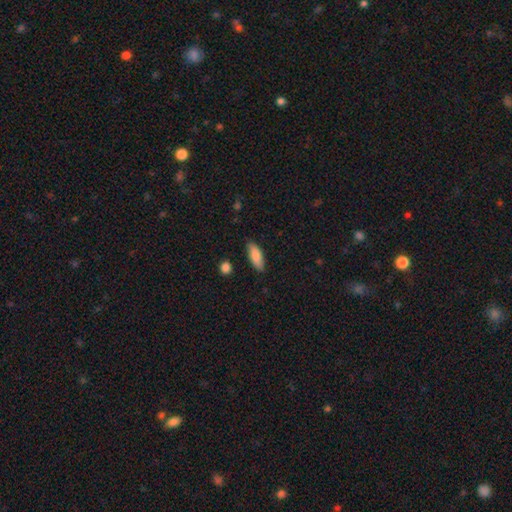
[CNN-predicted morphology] Smooth or featured?
  - smooth: 85% *
  - featured or disk: 9%
  - star or artifact: 6%
How rounded?
  - in between: 69% *
  - cigar-shaped: 29%
  - round: 2%
Merging?
  - none: 84% *
  - minor disturbance: 12%
  - major disturbance: 2%
  - merger: 2%